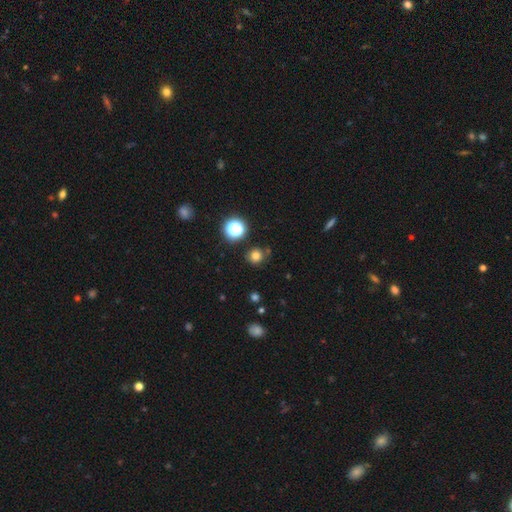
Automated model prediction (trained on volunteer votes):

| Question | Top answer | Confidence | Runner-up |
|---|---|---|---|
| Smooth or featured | smooth | 76% | star or artifact (19%) |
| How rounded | round | 89% | in between (10%) |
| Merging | none | 80% | minor disturbance (12%) |